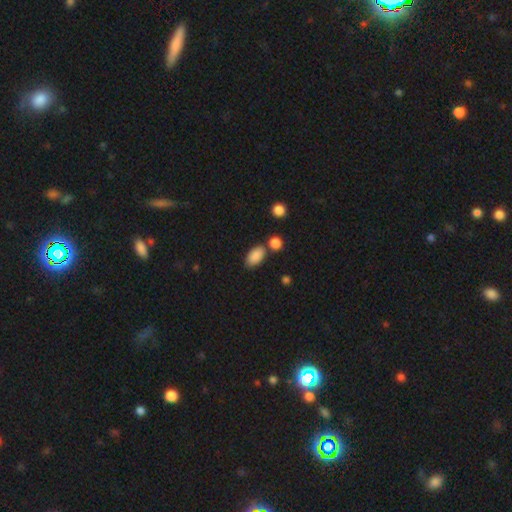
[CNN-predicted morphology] Overall: smooth (88%). How rounded: in between (93%). Merging: none (70%).